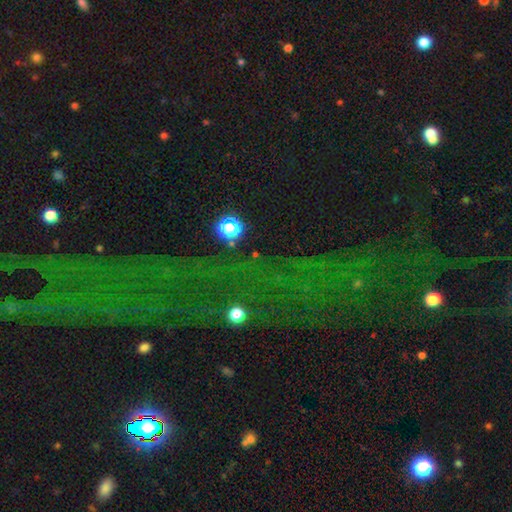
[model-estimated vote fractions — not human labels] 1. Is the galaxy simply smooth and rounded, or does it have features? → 69% star or artifact, 21% smooth, 10% featured or disk.